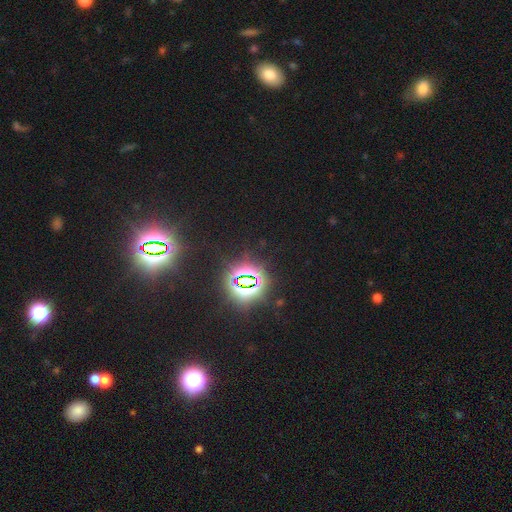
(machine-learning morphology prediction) This appears to be a star or artifact, not a galaxy (79%).